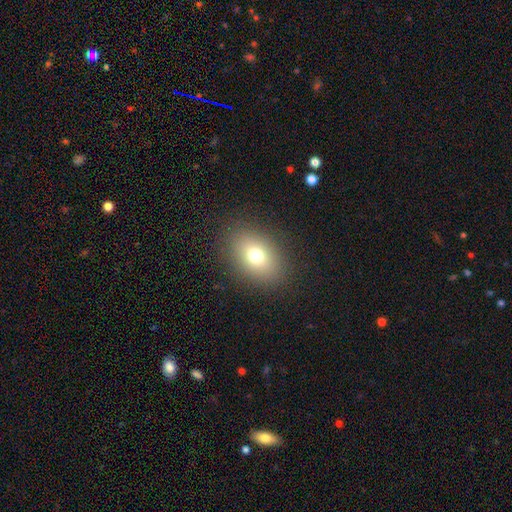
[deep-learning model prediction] The model was most divided on "how rounded": in between: 74%, round: 25%, cigar-shaped: 1%. More confident: merging — none (86%); smooth or featured — smooth (73%).